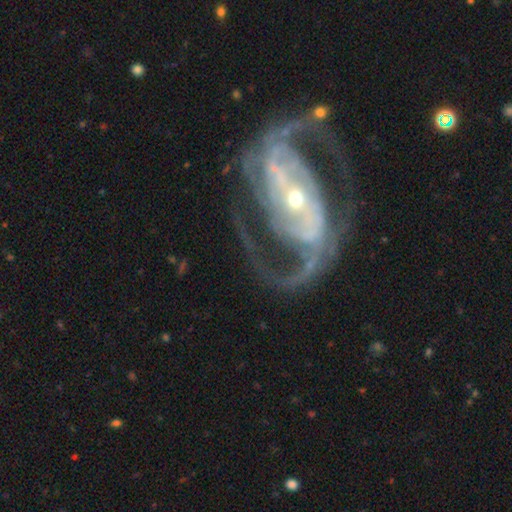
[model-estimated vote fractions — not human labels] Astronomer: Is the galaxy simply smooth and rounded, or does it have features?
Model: featured or disk — 92%.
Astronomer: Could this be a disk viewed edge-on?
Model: no — 97%.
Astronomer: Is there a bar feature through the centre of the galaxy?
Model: strong — 55%.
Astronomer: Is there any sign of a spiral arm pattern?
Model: yes — 97%.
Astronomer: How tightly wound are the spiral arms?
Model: medium — 54%.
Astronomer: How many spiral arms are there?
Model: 2 — 82%.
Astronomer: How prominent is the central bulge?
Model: small — 67%.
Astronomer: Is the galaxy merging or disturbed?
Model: none — 65%.